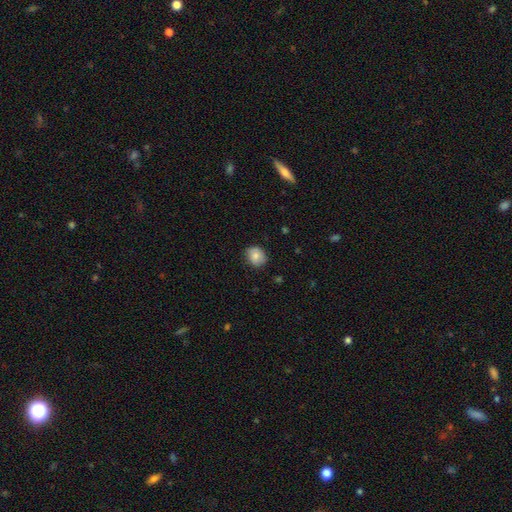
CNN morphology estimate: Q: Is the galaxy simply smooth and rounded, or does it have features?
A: smooth — 81%.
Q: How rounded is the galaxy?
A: round — 66%.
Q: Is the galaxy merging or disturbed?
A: none — 80%.